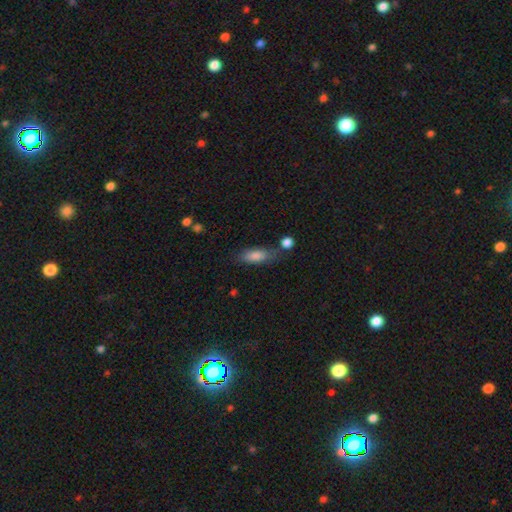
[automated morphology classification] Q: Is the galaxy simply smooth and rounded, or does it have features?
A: smooth — 82%.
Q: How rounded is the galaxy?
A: in between — 68%.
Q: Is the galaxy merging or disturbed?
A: none — 64%.